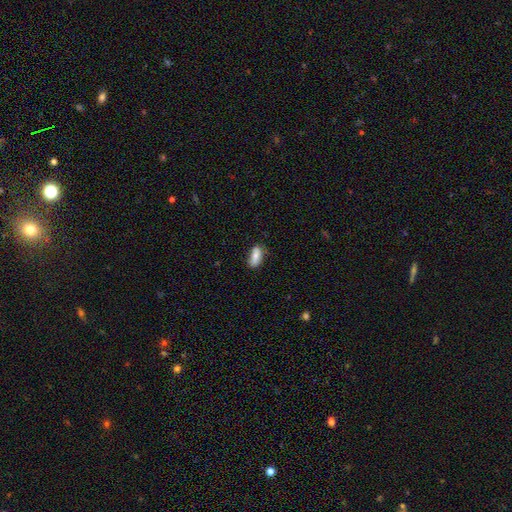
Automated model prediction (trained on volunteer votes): Smooth or featured? smooth (76%)
How rounded? in between (82%)
Merging? none (68%)